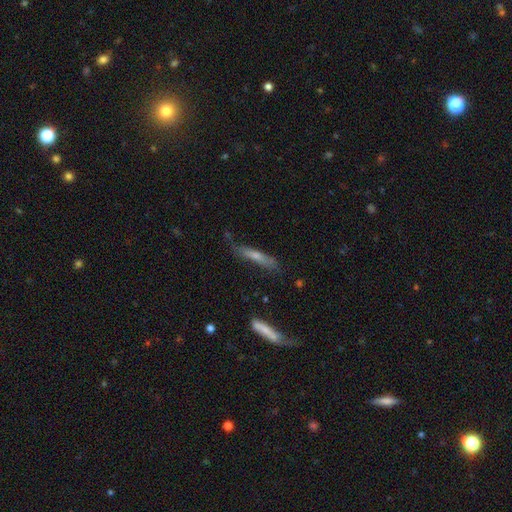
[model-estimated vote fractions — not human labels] smooth_or_featured: featured or disk (p=0.46) [alt: smooth p=0.45]
merging: none (p=0.67) [alt: minor disturbance p=0.22]